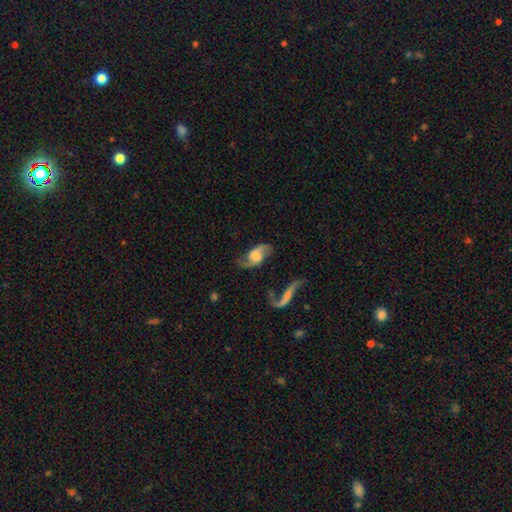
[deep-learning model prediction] The model was most divided on "bulge size": moderate: 33%, large: 30%, none: 18%, small: 15%, dominant: 4%. Remaining: edge-on disk — no (95%); spiral arms — yes (94%); spiral arm count — 2 (91%); smooth or featured — featured or disk (83%); merging — none (68%); spiral winding — loose (61%); bar — no (46%).